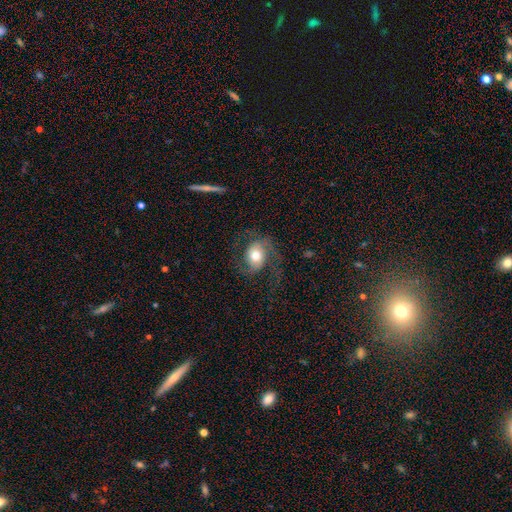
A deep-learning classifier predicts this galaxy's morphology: A featured or disk galaxy (58%) with no bar (67%), spiral arms (86%) and a moderate central bulge (61%). Merging: none (56%).